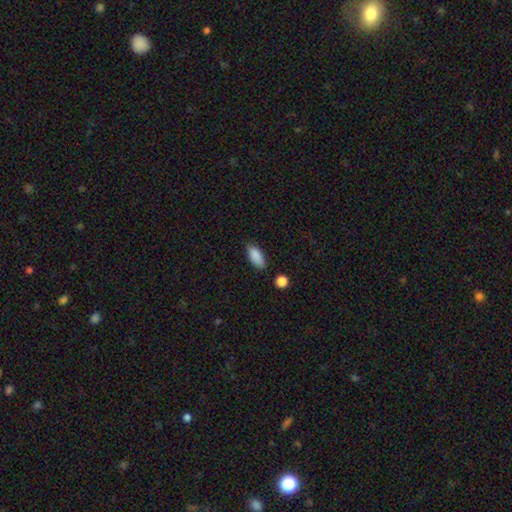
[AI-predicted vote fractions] smooth_or_featured: smooth (p=0.88) [alt: star or artifact p=0.07]
how_rounded: in between (p=0.87) [alt: cigar-shaped p=0.11]
merging: none (p=0.77) [alt: minor disturbance p=0.17]